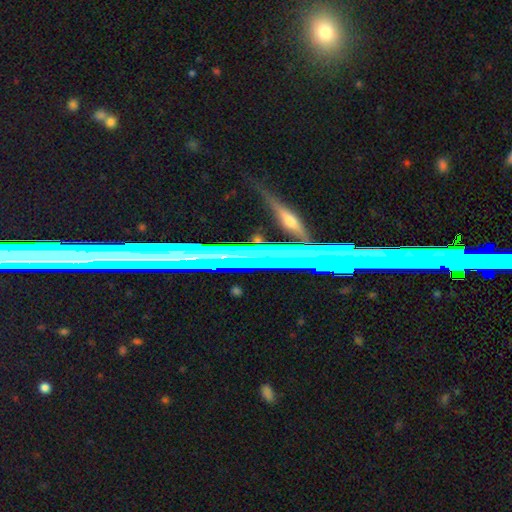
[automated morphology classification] star or artifact 56%, featured or disk 30%, smooth 14%.